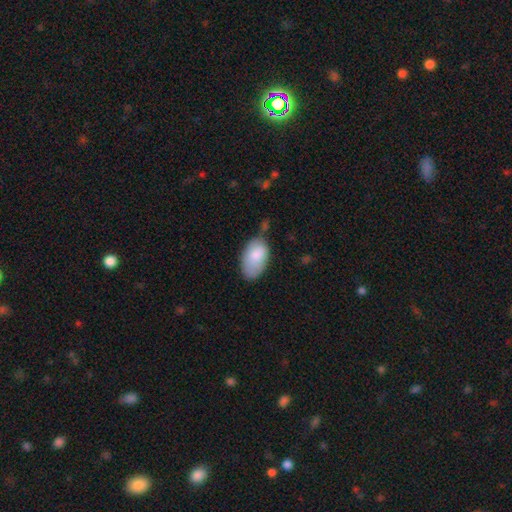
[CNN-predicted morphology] Smooth or featured?
  - smooth: 84% *
  - featured or disk: 10%
  - star or artifact: 6%
How rounded?
  - in between: 94% *
  - round: 4%
  - cigar-shaped: 1%
Merging?
  - none: 54% *
  - minor disturbance: 31%
  - major disturbance: 8%
  - merger: 7%